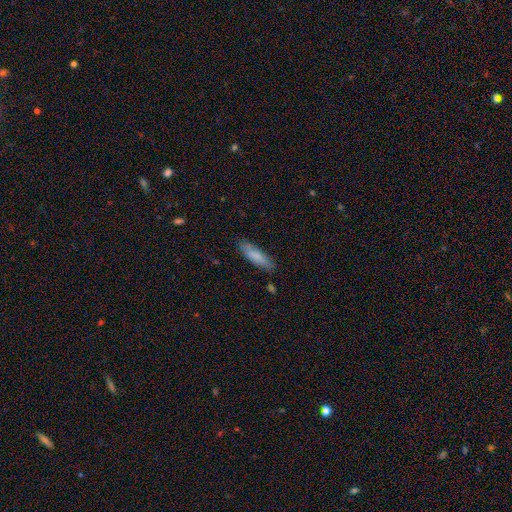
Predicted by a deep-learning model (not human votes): smooth-or-featured: smooth: 82% | featured or disk: 12% | star or artifact: 6%
  how-rounded: cigar-shaped: 63% | in between: 36% | round: 1%
  merging: none: 80% | minor disturbance: 15% | major disturbance: 3% | merger: 2%